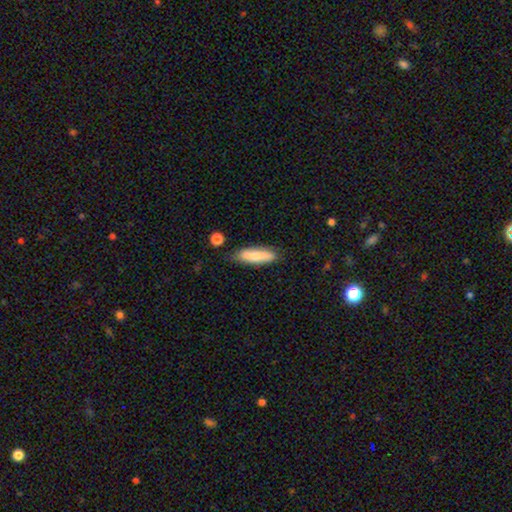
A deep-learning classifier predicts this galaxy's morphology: This appears to be a smooth galaxy with no disk features (74%) that is cigar-shaped (58%). Merging: none (76%).